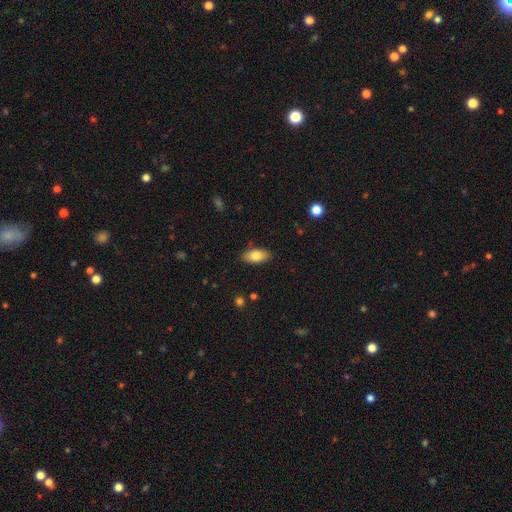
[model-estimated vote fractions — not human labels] Smooth or featured? Predicted: smooth (p=0.80). How rounded? Predicted: in between (p=0.88). Merging? Predicted: none (p=0.86).